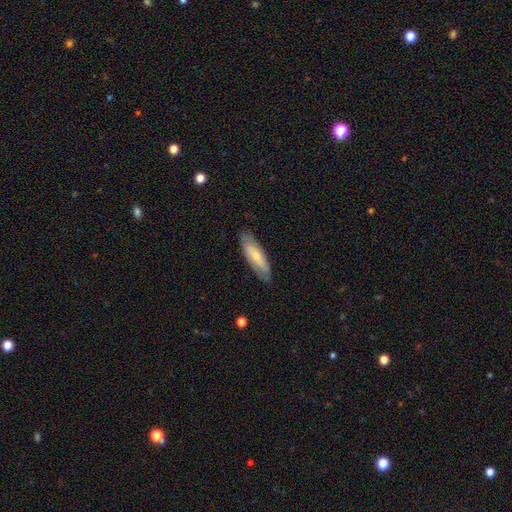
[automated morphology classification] type=smooth (60%); roundness=in between (51%); merging=none (80%).